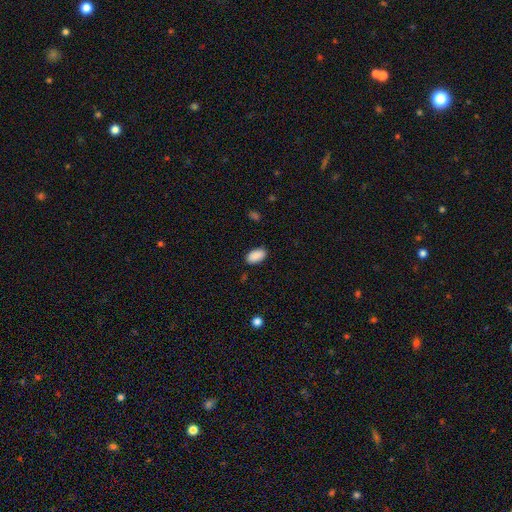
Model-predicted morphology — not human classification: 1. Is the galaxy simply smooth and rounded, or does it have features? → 90% smooth, 7% star or artifact, 3% featured or disk.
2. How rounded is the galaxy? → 95% in between, 3% round, 2% cigar-shaped.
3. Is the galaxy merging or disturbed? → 87% none, 10% minor disturbance, 2% major disturbance, 1% merger.